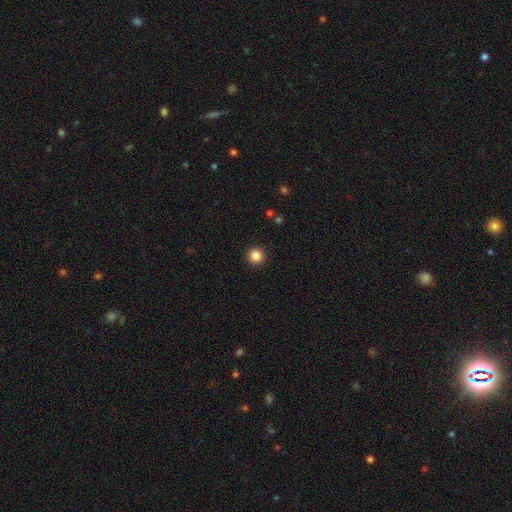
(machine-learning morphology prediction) Smooth or featured: smooth — 85% (star or artifact — 11%)
How rounded: round — 96% (in between — 3%)
Merging: none — 93% (minor disturbance — 4%)